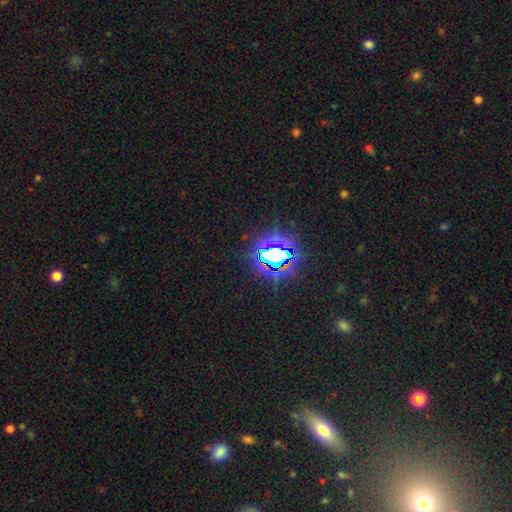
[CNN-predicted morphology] star or artifact 80%, smooth 12%, featured or disk 8%.